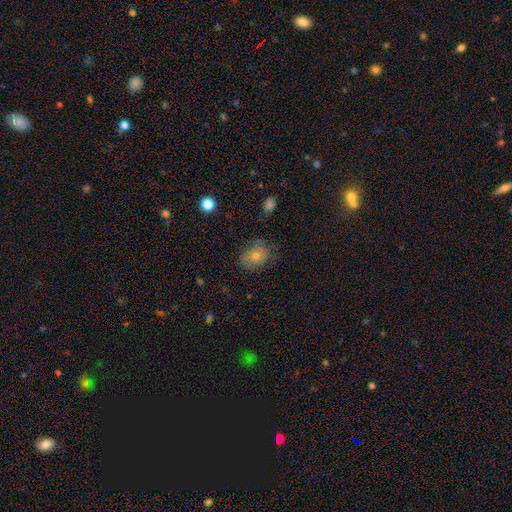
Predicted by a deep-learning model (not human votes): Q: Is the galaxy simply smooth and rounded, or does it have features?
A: smooth — 56%.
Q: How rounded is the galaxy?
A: in between — 53%.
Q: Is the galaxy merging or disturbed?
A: none — 73%.